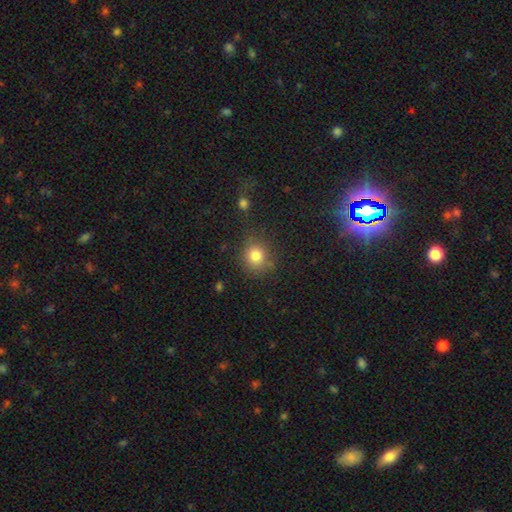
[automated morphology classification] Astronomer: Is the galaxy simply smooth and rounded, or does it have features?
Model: smooth — 81%.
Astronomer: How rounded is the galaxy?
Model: round — 86%.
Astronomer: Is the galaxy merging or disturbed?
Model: none — 79%.